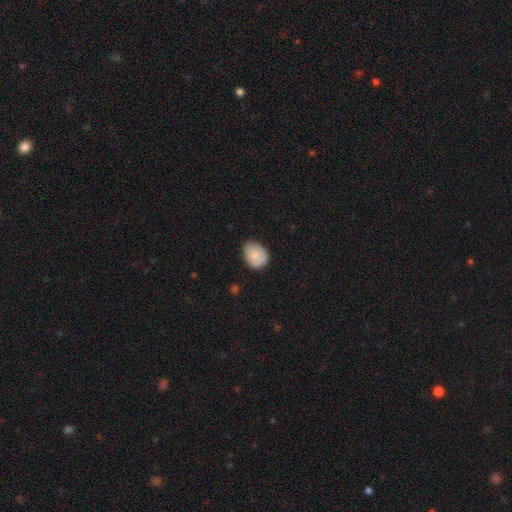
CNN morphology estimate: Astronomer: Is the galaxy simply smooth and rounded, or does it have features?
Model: smooth — 82%.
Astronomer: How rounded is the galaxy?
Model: in between — 57% (runner-up: round, 42%).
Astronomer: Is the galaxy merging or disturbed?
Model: none — 64%.